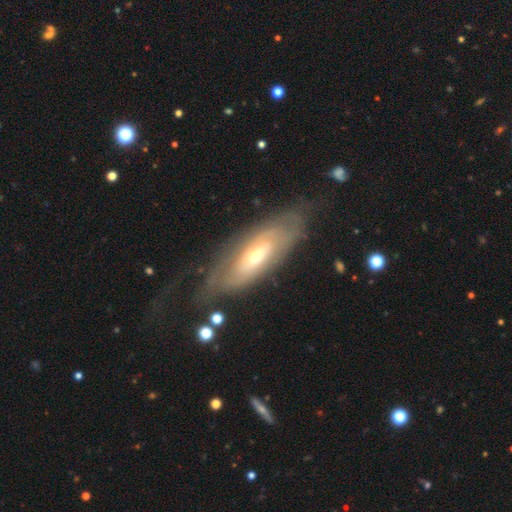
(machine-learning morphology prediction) featured or disk 65%, smooth 28%, star or artifact 7%. Down the decision tree: edge-on disk — no (78%); bar — no (67%); spiral arms — yes (60%); bulge size — moderate (49%); merging — none (59%).